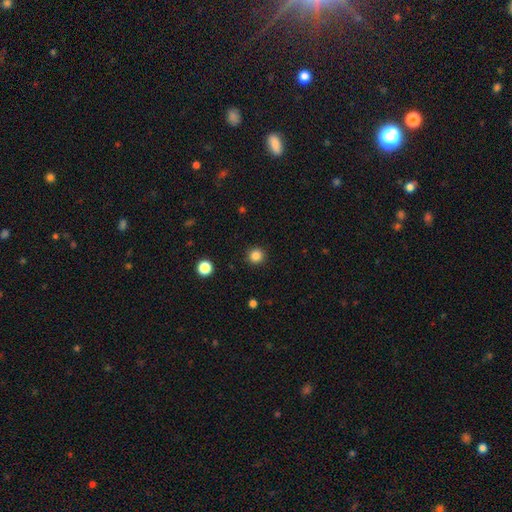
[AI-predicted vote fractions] smooth-or-featured: smooth: 85% | star or artifact: 12% | featured or disk: 3%
  how-rounded: round: 95% | in between: 4% | cigar-shaped: 1%
  merging: none: 92% | minor disturbance: 5% | major disturbance: 2% | merger: 1%